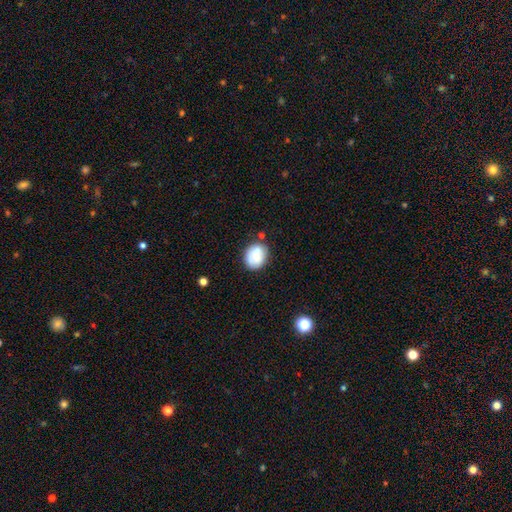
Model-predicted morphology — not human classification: The model was most divided on "how rounded": round: 52%, in between: 47%, cigar-shaped: 1%. More confident: merging — none (73%); smooth or featured — smooth (70%).